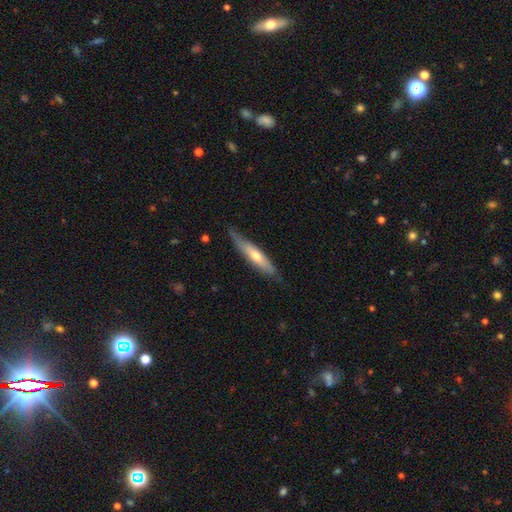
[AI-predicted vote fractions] Q: Smooth or featured?
A: smooth (48%); runner-up: featured or disk (46%)
Q: Merging?
A: none (73%); runner-up: minor disturbance (22%)